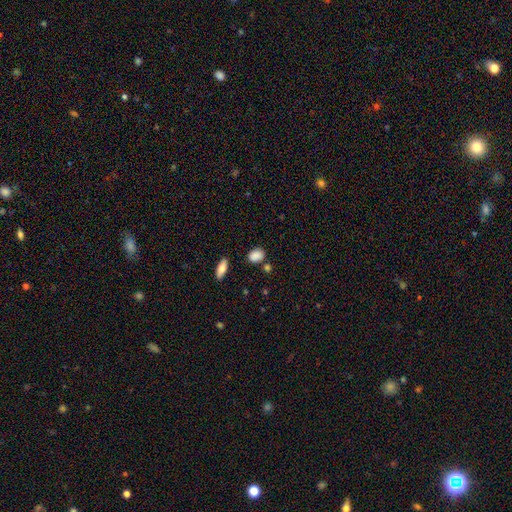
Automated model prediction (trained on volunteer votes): smooth_or_featured: smooth (p=0.87) [alt: star or artifact p=0.09]
how_rounded: in between (p=0.68) [alt: round p=0.30]
merging: none (p=0.76) [alt: minor disturbance p=0.14]